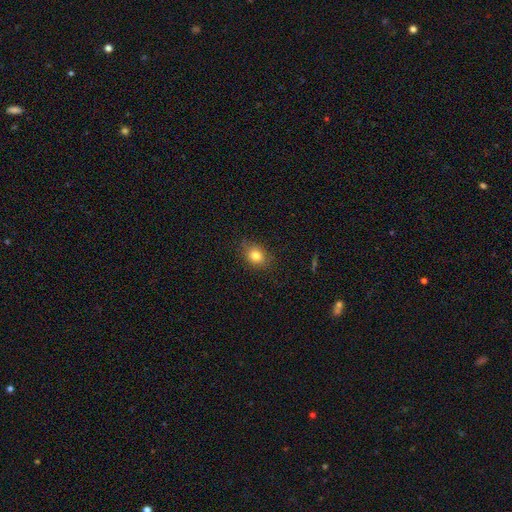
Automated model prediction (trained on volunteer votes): This appears to be a smooth galaxy with no disk features (80%) that is round (55%). Merging: none (82%).